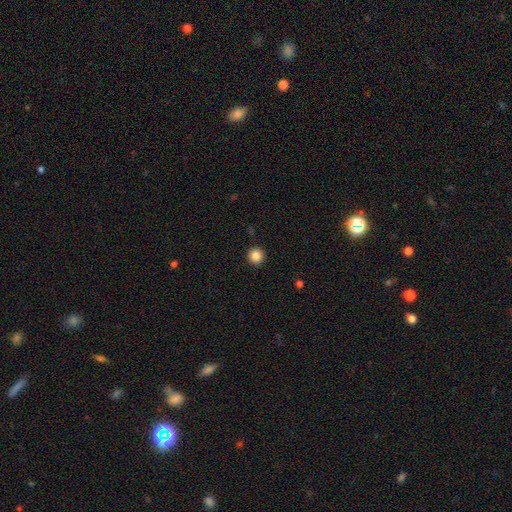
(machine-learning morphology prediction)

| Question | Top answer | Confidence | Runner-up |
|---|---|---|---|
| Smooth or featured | smooth | 86% | star or artifact (10%) |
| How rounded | round | 96% | in between (3%) |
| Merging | none | 93% | minor disturbance (4%) |